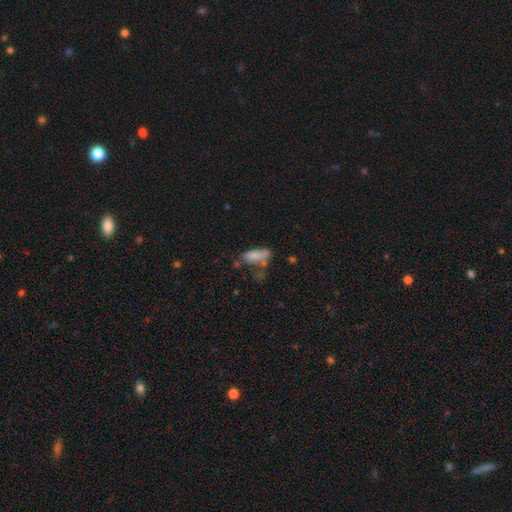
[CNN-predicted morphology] Smooth or featured? smooth (72%)
How rounded? in between (71%)
Merging? none (31%)